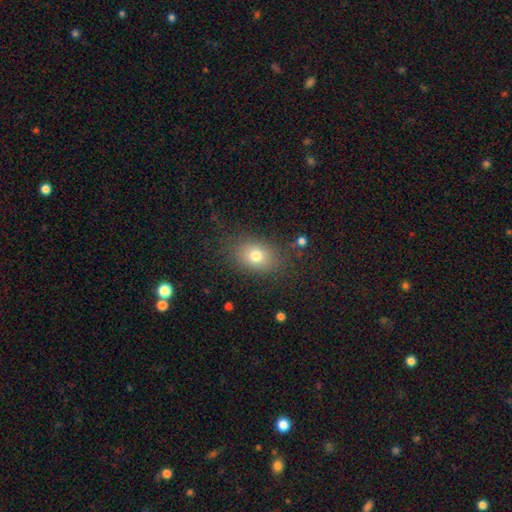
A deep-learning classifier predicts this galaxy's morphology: type=smooth (76%); roundness=in between (65%); merging=none (81%).